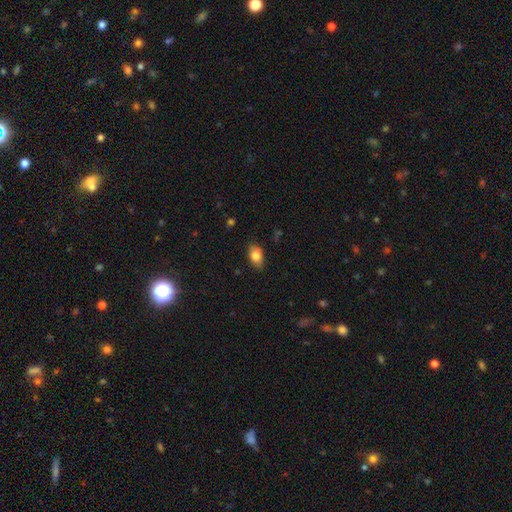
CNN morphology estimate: This appears to be a smooth galaxy with no disk features (81%) that is in between round and cigar-shaped (89%). Merging: none (85%).